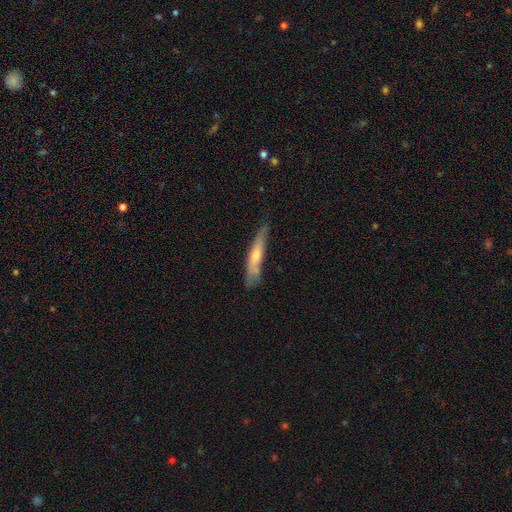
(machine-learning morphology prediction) A smooth galaxy with no disk features (52%) that is cigar-shaped (87%).

Vote fractions:
- Smooth or featured? smooth: 52% / featured or disk: 42% / star or artifact: 6%
- How rounded? cigar-shaped: 87% / in between: 12% / round: 2%
- Merging? none: 67% / minor disturbance: 24% / major disturbance: 5% / merger: 4%